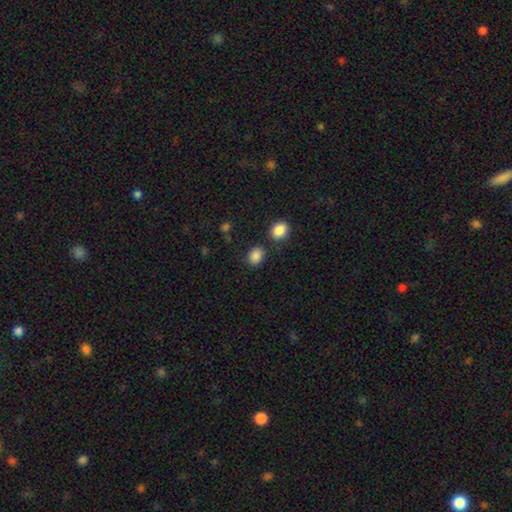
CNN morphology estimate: Overall: smooth (87%). How rounded: in between (54%; round 45%). Merging: none (78%).